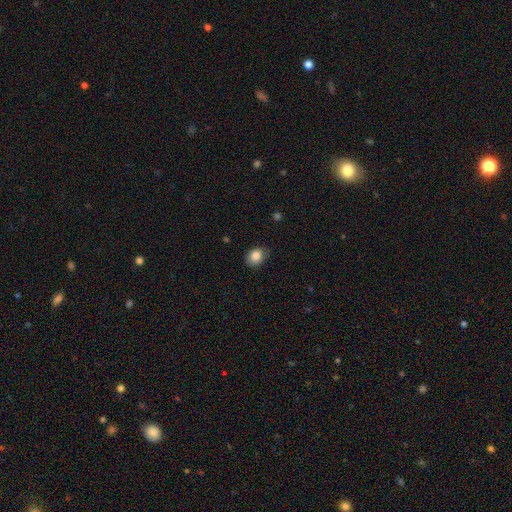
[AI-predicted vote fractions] A smooth galaxy with no disk features (85%) that is in between round and cigar-shaped (58%). Merging: none (77%).